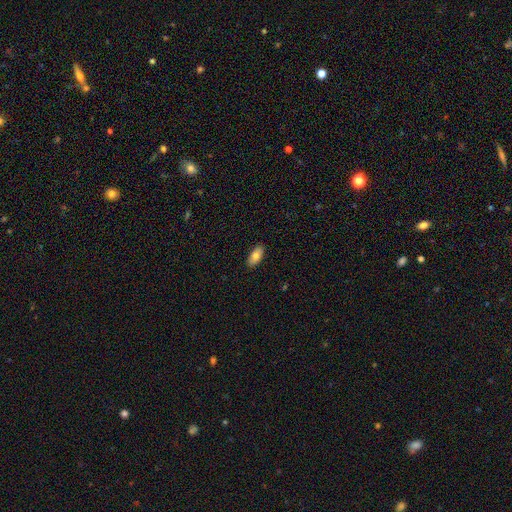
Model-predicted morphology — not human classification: This appears to be a smooth galaxy with no disk features (78%) that is in between round and cigar-shaped (89%). Merging: none (90%).